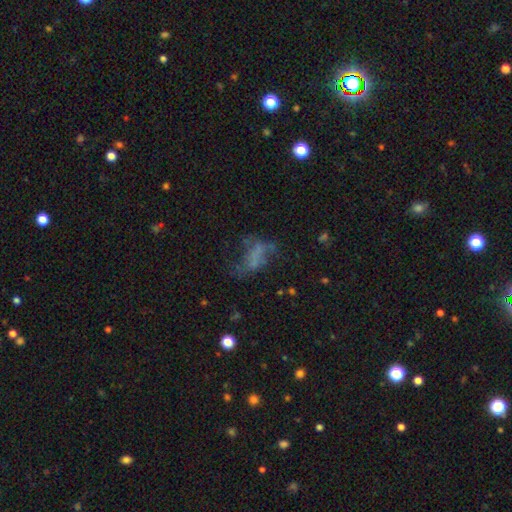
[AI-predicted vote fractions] Smooth or featured?
  - featured or disk: 40% *
  - smooth: 37%
  - star or artifact: 23%
Merging?
  - major disturbance: 38% *
  - none: 35%
  - minor disturbance: 20%
  - merger: 7%